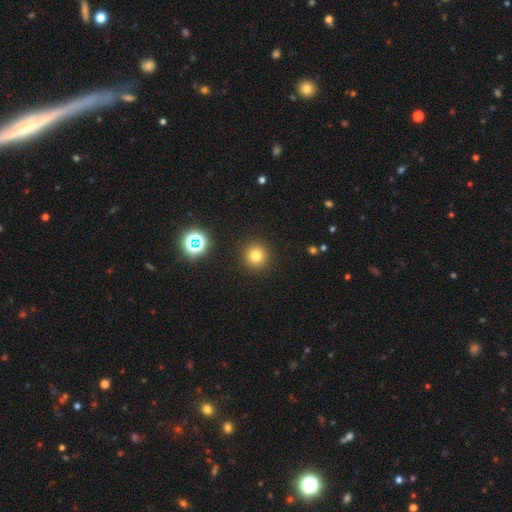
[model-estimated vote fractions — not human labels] This appears to be a smooth galaxy with no disk features (76%) that is round (94%). Merging: none (91%).